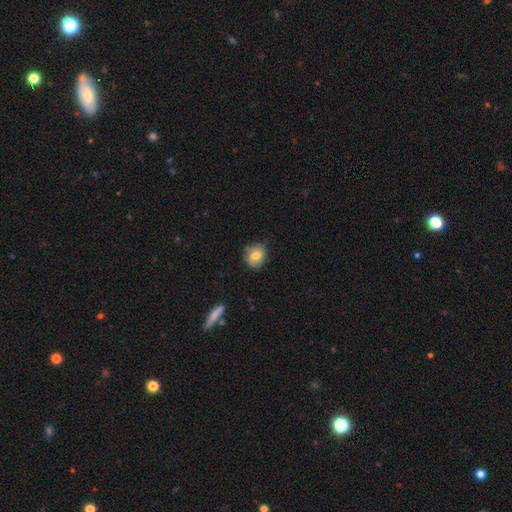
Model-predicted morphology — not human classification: This is likely a smooth galaxy (73%). How rounded: likely round (68%). Merging: likely none (72%).